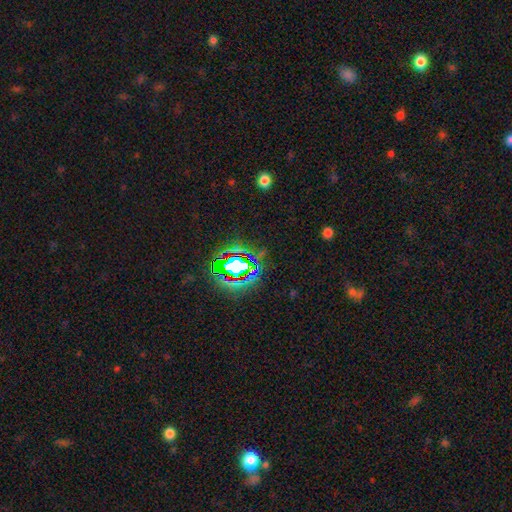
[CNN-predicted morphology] A star or artifact, not a galaxy (80%).